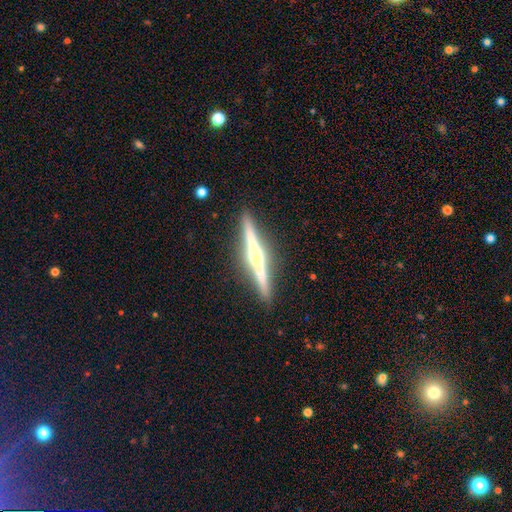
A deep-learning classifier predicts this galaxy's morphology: This appears to be a featured or disk galaxy (81%) viewed edge-on (98%) with a rounded central bulge (80%). Merging: none (90%).